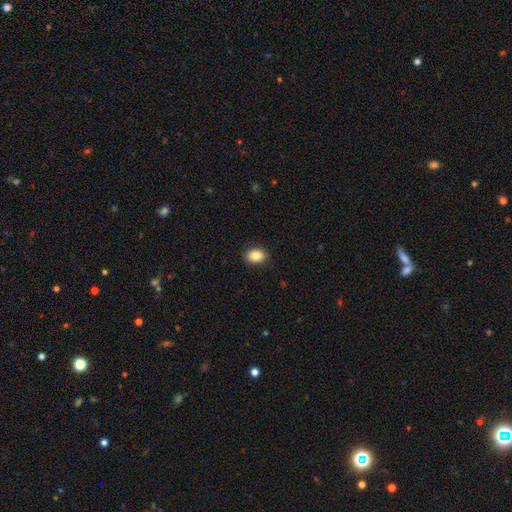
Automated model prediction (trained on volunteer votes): smooth_or_featured: smooth (p=0.86) [alt: star or artifact p=0.08]
how_rounded: in between (p=0.71) [alt: round p=0.28]
merging: none (p=0.89) [alt: minor disturbance p=0.08]